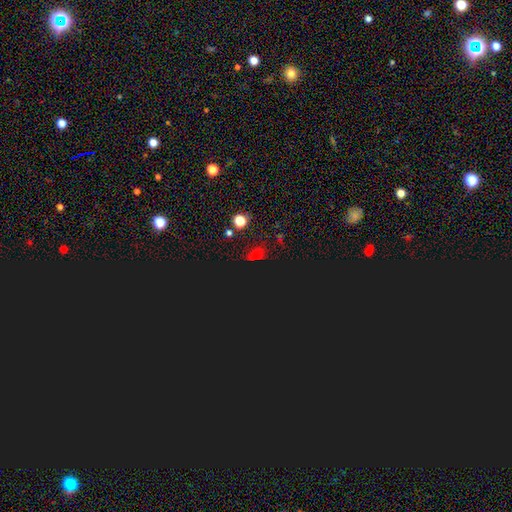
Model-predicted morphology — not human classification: This is possibly a star or artifact rather than a galaxy (55%).